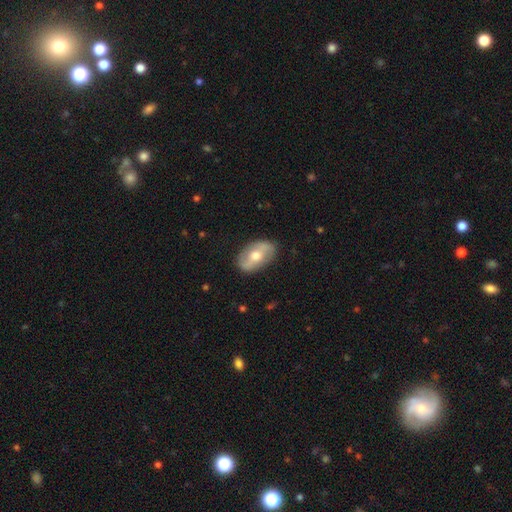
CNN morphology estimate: type=featured or disk (54%); edge-on=no (90%); merging=none (82%).